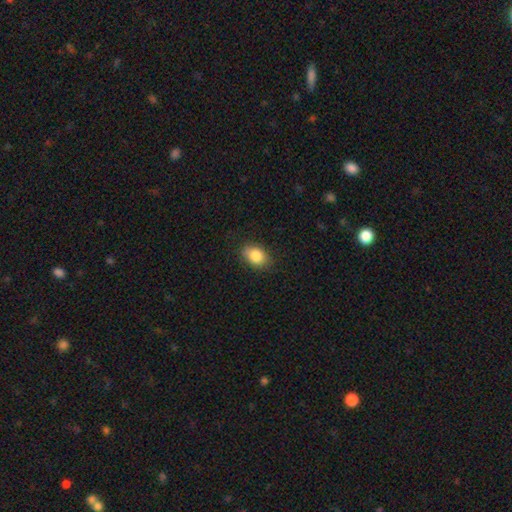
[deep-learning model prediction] A smooth galaxy with no disk features (85%) that is in between round and cigar-shaped (77%). Merging: none (83%).